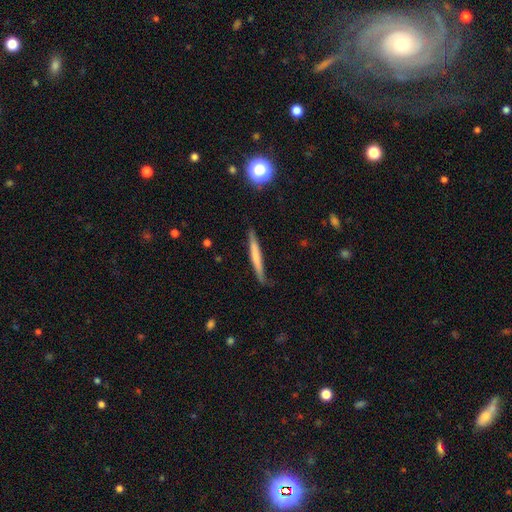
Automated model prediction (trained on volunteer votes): smooth_or_featured: smooth (p=0.55) [alt: featured or disk p=0.39]
how_rounded: cigar-shaped (p=0.96) [alt: in between p=0.03]
merging: none (p=0.79) [alt: minor disturbance p=0.16]